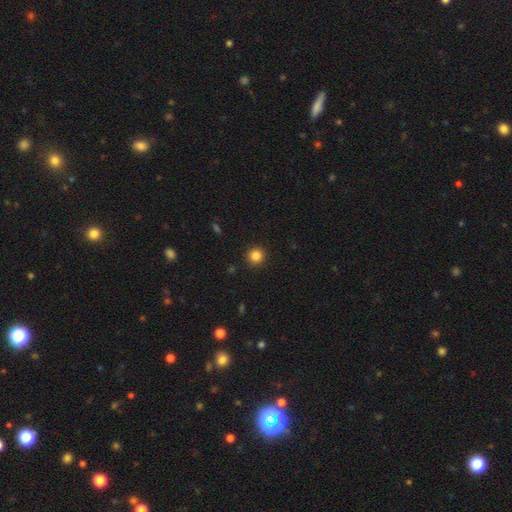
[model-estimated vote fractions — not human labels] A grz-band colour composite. It shows a smooth galaxy with no disk features (85%) that is round (94%). Merging: none (92%).